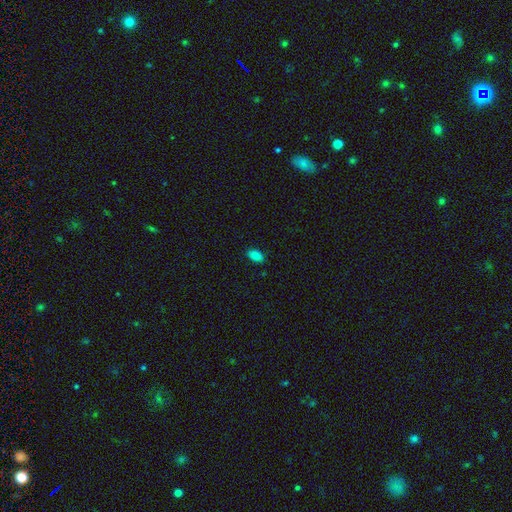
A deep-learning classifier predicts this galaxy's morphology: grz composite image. It shows a smooth galaxy with no disk features (85%) that is in between round and cigar-shaped (92%). Merging: none (87%).